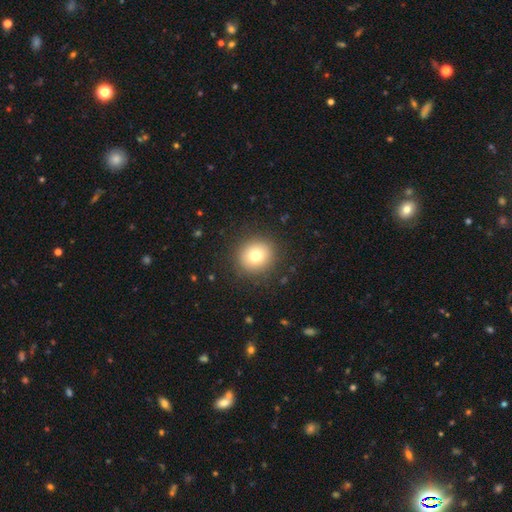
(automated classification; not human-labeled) smooth-or-featured: smooth: 77% | star or artifact: 12% | featured or disk: 12%
  how-rounded: round: 89% | in between: 10% | cigar-shaped: 1%
  merging: none: 89% | minor disturbance: 7% | major disturbance: 3% | merger: 1%